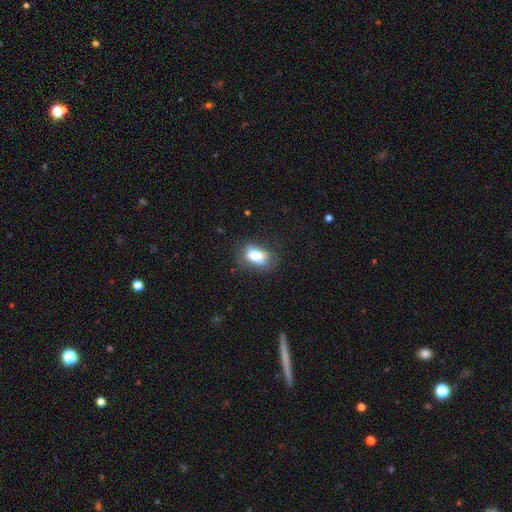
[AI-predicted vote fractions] Smooth or featured? smooth (78%)
How rounded? in between (85%)
Merging? none (67%)